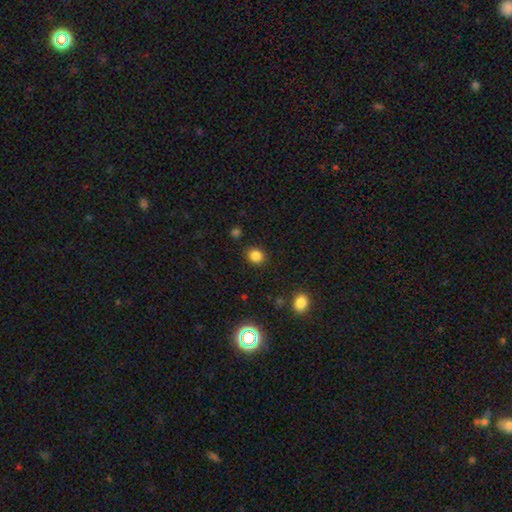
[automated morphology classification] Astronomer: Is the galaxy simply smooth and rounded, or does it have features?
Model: smooth — 83%.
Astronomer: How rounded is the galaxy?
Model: round — 71%.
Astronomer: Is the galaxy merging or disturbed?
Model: none — 86%.